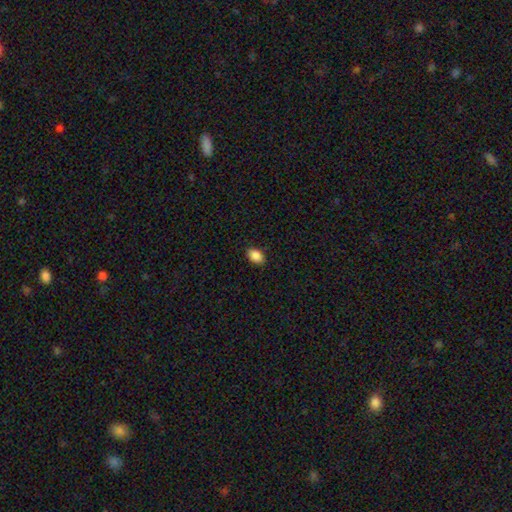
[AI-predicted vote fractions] Morphology: type=smooth (89%); roundness=in between (85%); merging=none (89%).